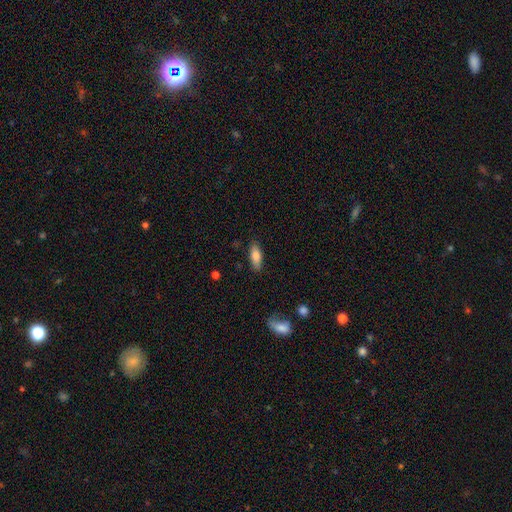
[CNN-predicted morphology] Smooth or featured? Predicted: smooth (p=0.80). How rounded? Predicted: in between (p=0.70). Merging? Predicted: none (p=0.84).